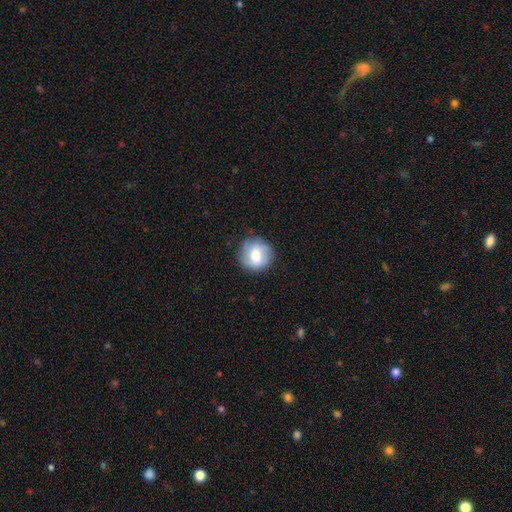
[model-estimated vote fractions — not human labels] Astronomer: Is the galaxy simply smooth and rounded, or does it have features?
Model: smooth — 58% (runner-up: featured or disk, 34%).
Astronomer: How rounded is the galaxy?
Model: round — 91%.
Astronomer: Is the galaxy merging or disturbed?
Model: none — 83%.